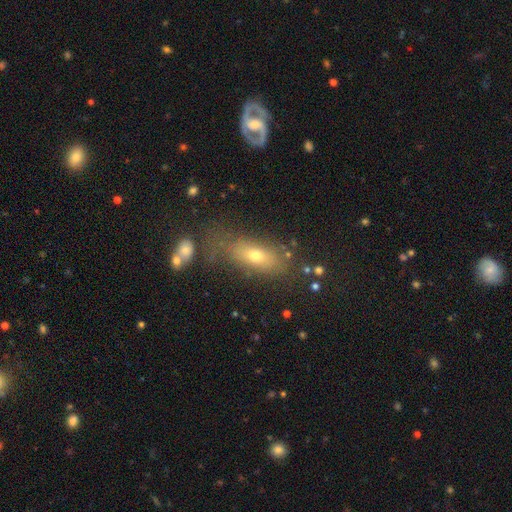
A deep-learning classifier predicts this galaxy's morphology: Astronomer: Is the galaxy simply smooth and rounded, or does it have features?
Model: smooth — 65%.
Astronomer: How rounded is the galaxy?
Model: in between — 74%.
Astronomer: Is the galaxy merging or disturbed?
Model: none — 61%.